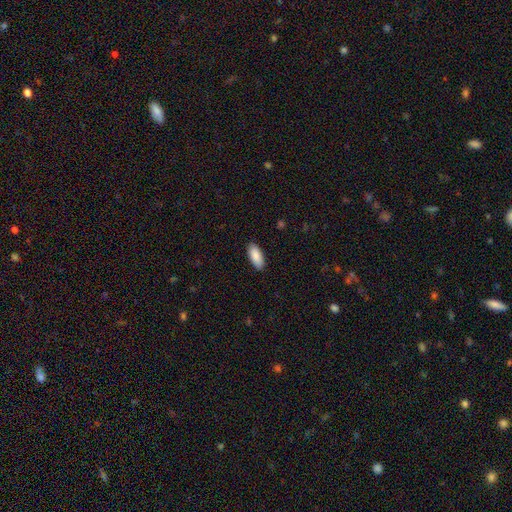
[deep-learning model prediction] This appears to be a smooth galaxy with no disk features (90%) that is in between round and cigar-shaped (85%). Merging: none (88%).